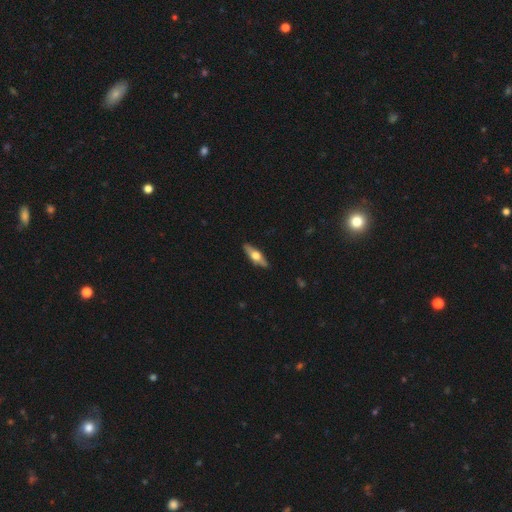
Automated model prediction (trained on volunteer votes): This appears to be a featured or disk galaxy (53%) viewed edge-on (89%). Merging: none (88%).